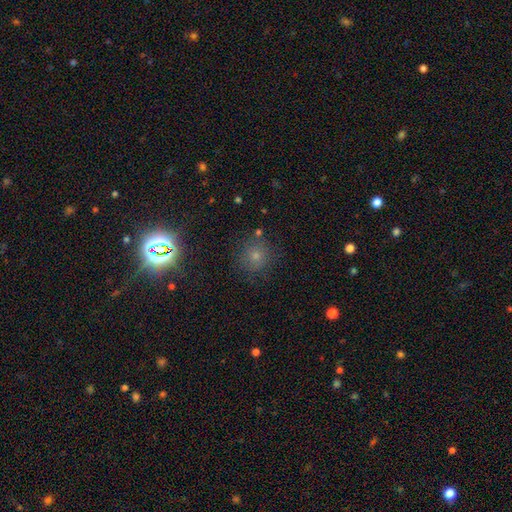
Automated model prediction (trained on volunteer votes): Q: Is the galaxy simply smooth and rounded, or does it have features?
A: smooth — 50%.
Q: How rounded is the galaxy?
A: round — 93%.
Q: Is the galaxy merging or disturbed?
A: none — 86%.